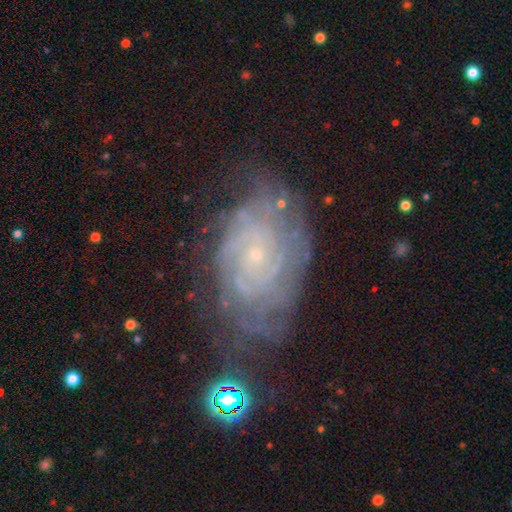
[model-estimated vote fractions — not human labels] A featured or disk galaxy (82%) with no bar (77%), tight (76%) spiral arms (95%) and a small central bulge (86%).

Vote fractions:
- Smooth or featured? featured or disk: 82% / smooth: 9% / star or artifact: 9%
- Edge-on disk? no: 96% / yes: 4%
- Bar? no: 77% / weak: 19% / strong: 4%
- Spiral arms? yes: 95% / no: 5%
- Spiral winding? tight: 76% / medium: 19% / loose: 5%
- Spiral arm count? can't tell: 41% / 4: 15% / 2: 14% / 3: 12% / more than 4: 11% / 1: 6%
- Bulge size? small: 86% / moderate: 9% / none: 3% / large: 1% / dominant: 1%
- Merging? none: 65% / minor disturbance: 22% / major disturbance: 11% / merger: 3%